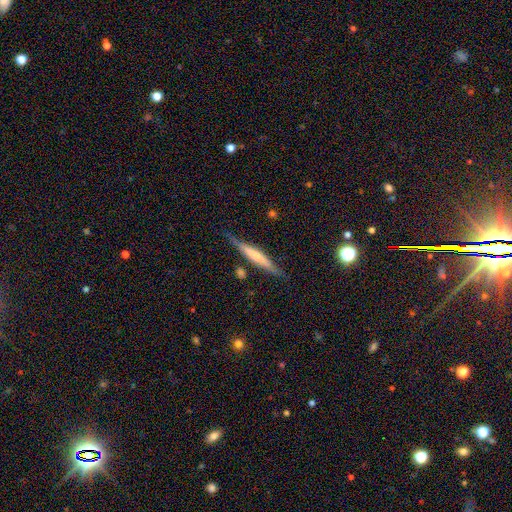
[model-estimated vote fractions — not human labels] Smooth or featured? featured or disk (47%, tied with smooth)
Merging? none (80%)